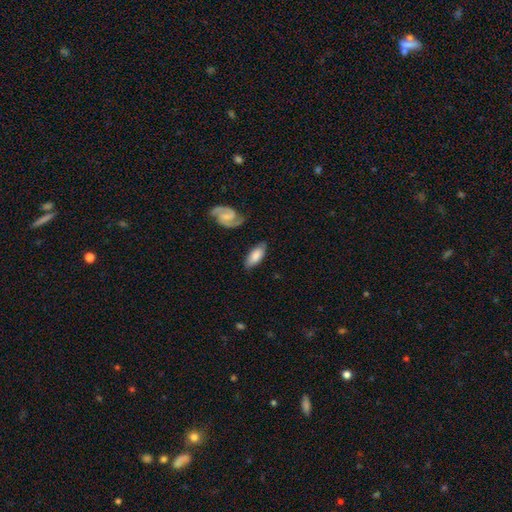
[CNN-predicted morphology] A smooth galaxy with no disk features (68%) that is in between round and cigar-shaped (82%). Merging: none (75%).